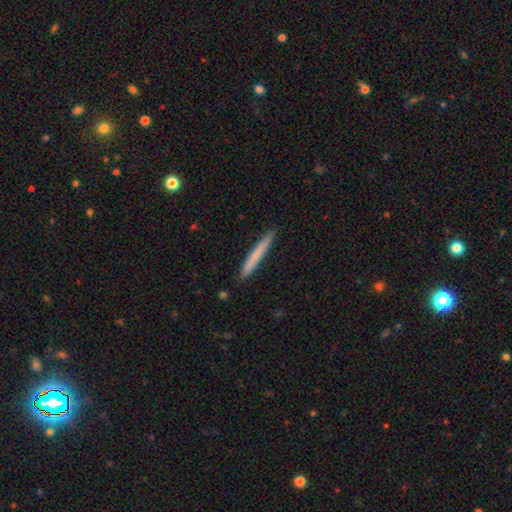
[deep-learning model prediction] smooth-or-featured: smooth: 69% | featured or disk: 25% | star or artifact: 6%
  how-rounded: cigar-shaped: 97% | in between: 2% | round: 1%
  merging: none: 91% | minor disturbance: 7% | major disturbance: 1% | merger: 1%